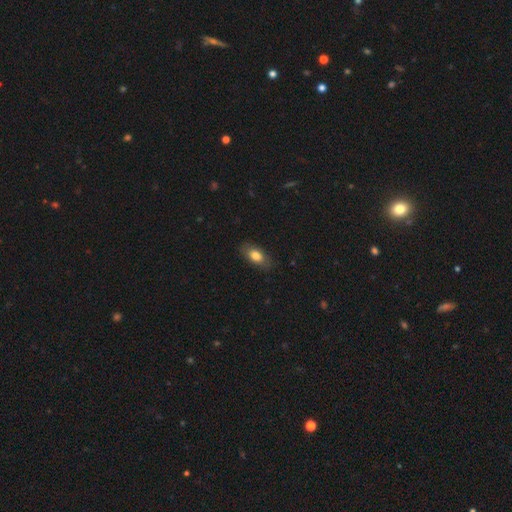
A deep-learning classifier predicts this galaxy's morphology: Smooth or featured? Predicted: smooth (p=0.80). How rounded? Predicted: in between (p=0.88). Merging? Predicted: none (p=0.83).